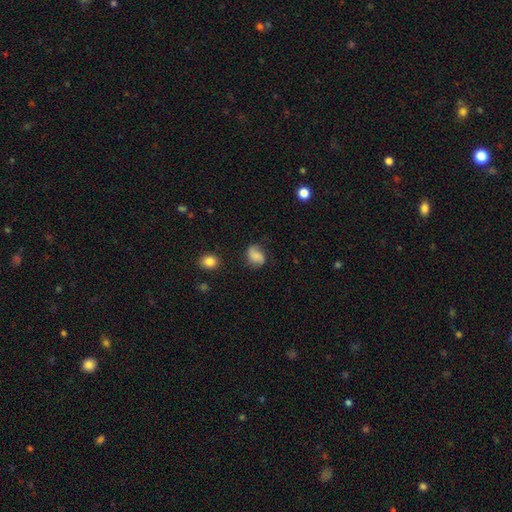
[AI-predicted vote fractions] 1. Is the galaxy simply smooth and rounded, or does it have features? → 64% smooth, 26% featured or disk, 10% star or artifact.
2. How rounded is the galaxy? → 64% in between, 34% round, 2% cigar-shaped.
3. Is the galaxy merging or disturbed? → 61% none, 27% minor disturbance, 10% major disturbance, 3% merger.